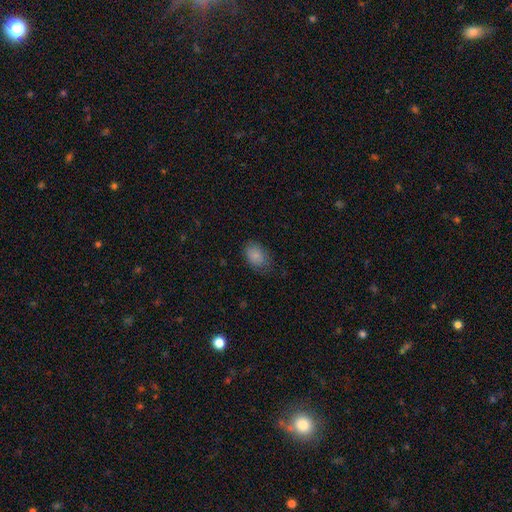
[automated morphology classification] Smooth or featured: smooth — 85% (star or artifact — 8%)
How rounded: in between — 85% (round — 13%)
Merging: none — 74% (minor disturbance — 20%)